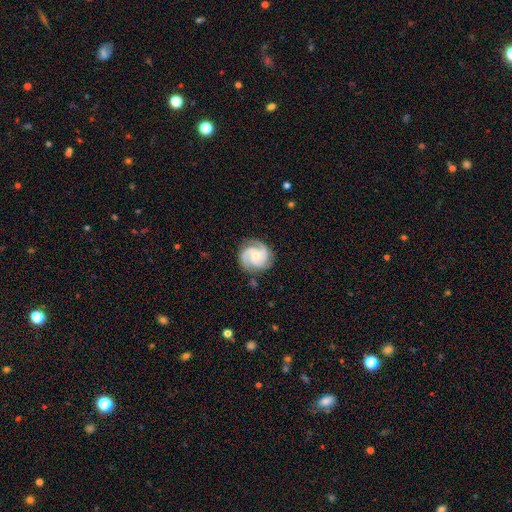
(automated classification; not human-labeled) Q: Smooth or featured?
A: featured or disk (89%); runner-up: smooth (6%)
Q: Edge-on disk?
A: no (98%); runner-up: yes (2%)
Q: Bar?
A: no (70%); runner-up: weak (25%)
Q: Spiral arms?
A: yes (98%); runner-up: no (2%)
Q: Spiral winding?
A: tight (55%); runner-up: medium (39%)
Q: Spiral arm count?
A: 3 (66%); runner-up: 2 (17%)
Q: Bulge size?
A: small (62%); runner-up: moderate (34%)
Q: Merging?
A: none (81%); runner-up: minor disturbance (14%)